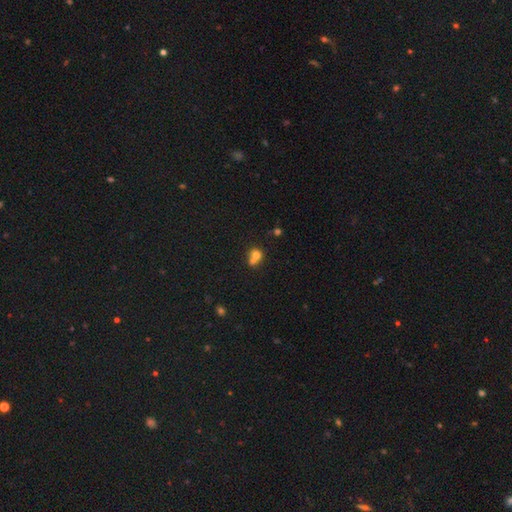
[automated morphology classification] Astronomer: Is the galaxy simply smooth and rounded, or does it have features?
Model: smooth — 72%.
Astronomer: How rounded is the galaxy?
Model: round — 81%.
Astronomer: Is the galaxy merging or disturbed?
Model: merger — 56% (runner-up: none, 35%).